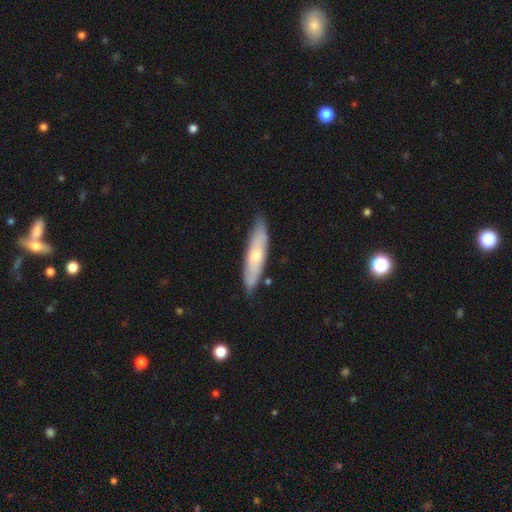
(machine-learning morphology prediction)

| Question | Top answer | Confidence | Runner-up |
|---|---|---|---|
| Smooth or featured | smooth | 52% | featured or disk (42%) |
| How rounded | cigar-shaped | 70% | in between (28%) |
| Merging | none | 79% | minor disturbance (17%) |